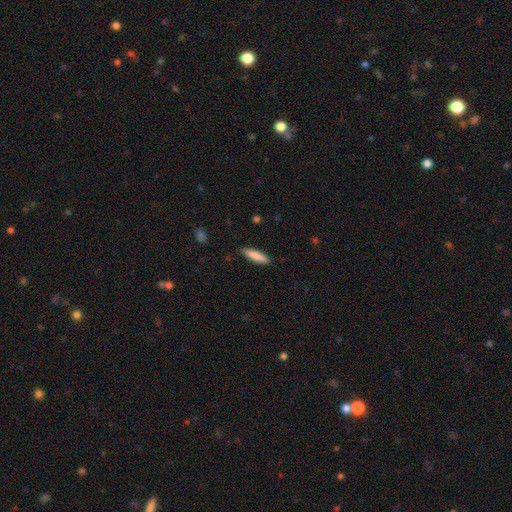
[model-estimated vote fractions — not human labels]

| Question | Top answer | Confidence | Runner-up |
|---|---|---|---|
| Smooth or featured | smooth | 85% | featured or disk (10%) |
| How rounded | cigar-shaped | 72% | in between (27%) |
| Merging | none | 88% | minor disturbance (9%) |